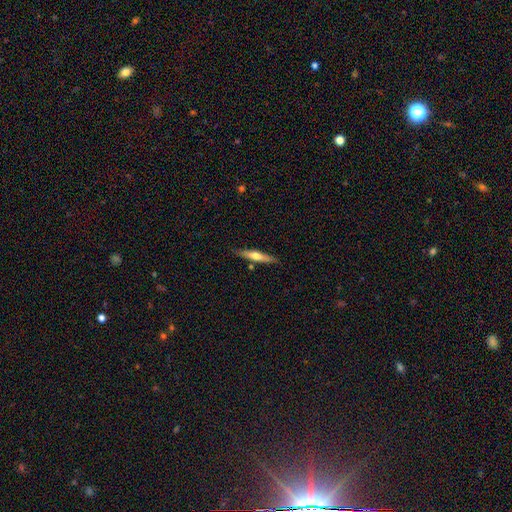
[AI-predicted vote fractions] This is possibly a featured or disk galaxy (50%). It is clearly viewed edge-on (93%). Merging: clearly none (84%).